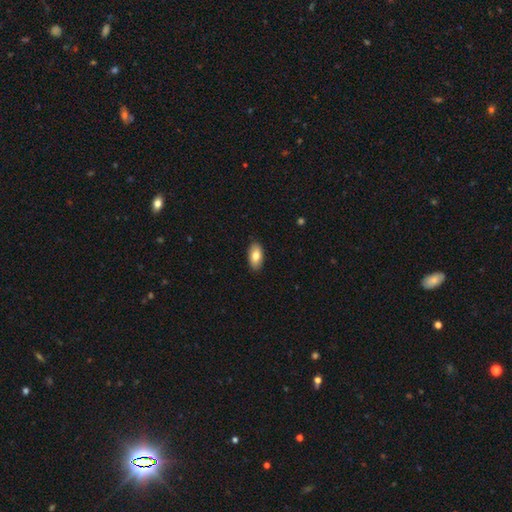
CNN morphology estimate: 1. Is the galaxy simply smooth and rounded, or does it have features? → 80% smooth, 13% featured or disk, 6% star or artifact.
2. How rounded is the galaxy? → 93% in between, 4% cigar-shaped, 3% round.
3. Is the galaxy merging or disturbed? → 89% none, 8% minor disturbance, 2% major disturbance, 1% merger.